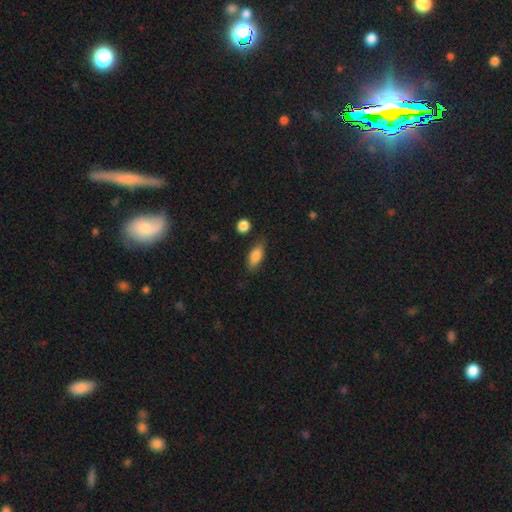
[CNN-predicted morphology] smooth 81%, featured or disk 12%, star or artifact 7%. Down the decision tree: how rounded — in between (79%); merging — none (75%).